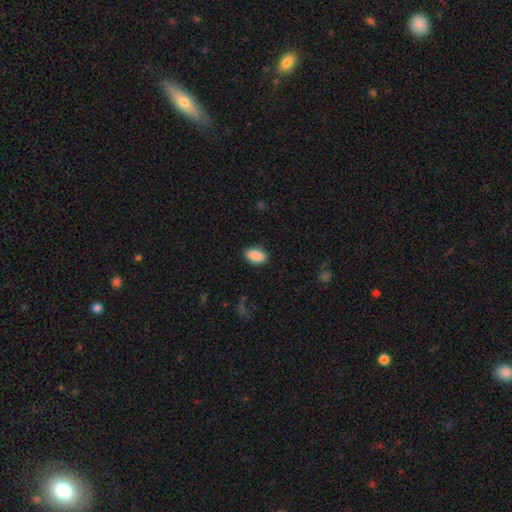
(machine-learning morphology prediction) Overall: smooth (90%). How rounded: in between (93%). Merging: none (86%).